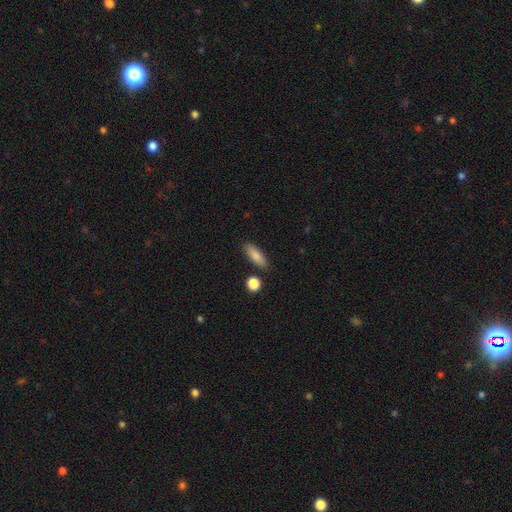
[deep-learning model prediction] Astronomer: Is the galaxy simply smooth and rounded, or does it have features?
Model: smooth — 83%.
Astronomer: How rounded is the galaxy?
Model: in between — 58% (runner-up: cigar-shaped, 38%).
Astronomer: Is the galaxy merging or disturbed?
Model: none — 85%.